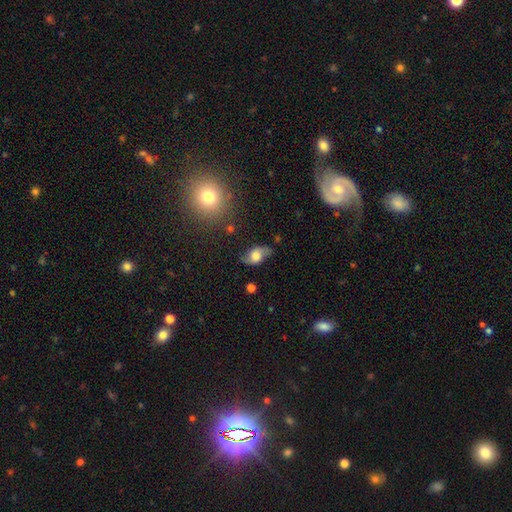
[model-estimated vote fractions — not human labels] Smooth or featured?
  - featured or disk: 50% *
  - smooth: 41%
  - star or artifact: 9%
Merging?
  - none: 69% *
  - minor disturbance: 22%
  - major disturbance: 7%
  - merger: 2%